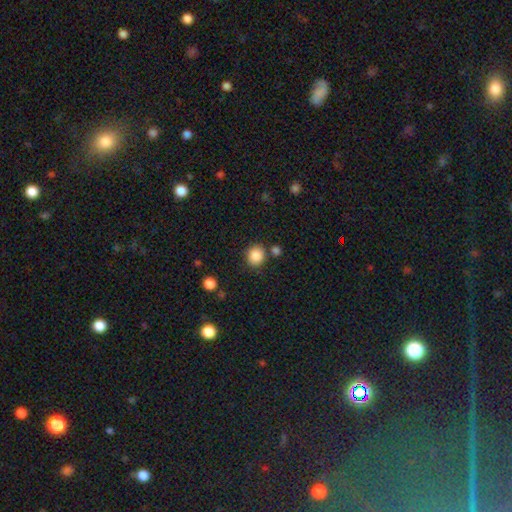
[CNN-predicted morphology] type=smooth (86%); roundness=round (86%); merging=none (80%).